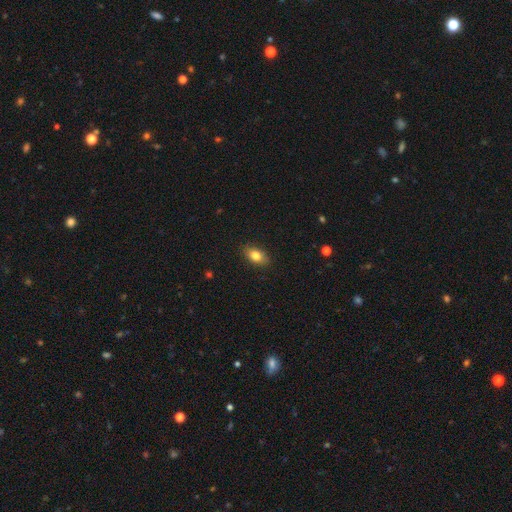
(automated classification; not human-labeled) smooth 82%, featured or disk 10%, star or artifact 8%. Down the decision tree: how rounded — in between (86%); merging — none (87%).